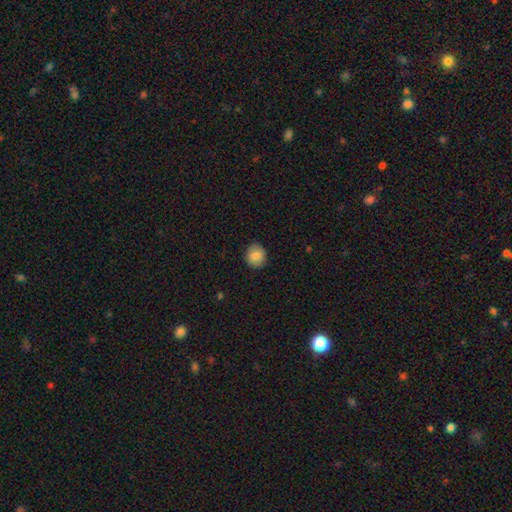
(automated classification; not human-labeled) Overall: smooth (86%). How rounded: round (82%). Merging: none (88%).